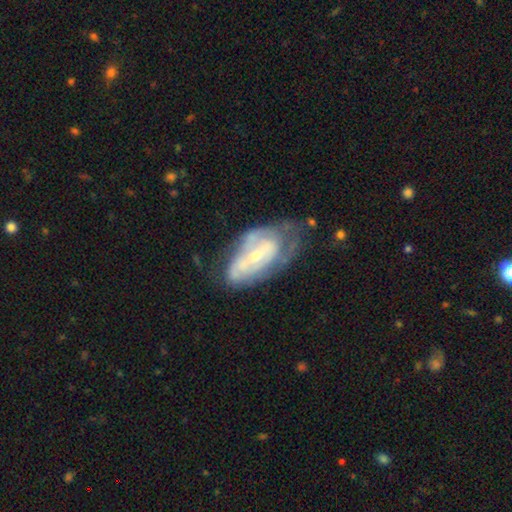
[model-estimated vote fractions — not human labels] Morphology: type=featured or disk (74%); edge-on=no (93%); bar=no (38%); spiral arms=yes (70%); bulge=small (58%); merging=none (43%).